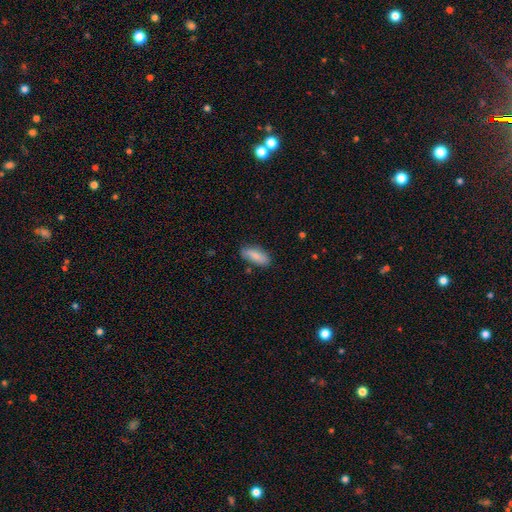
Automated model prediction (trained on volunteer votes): A smooth galaxy with no disk features (83%) that is in between round and cigar-shaped (79%). Merging: none (78%).